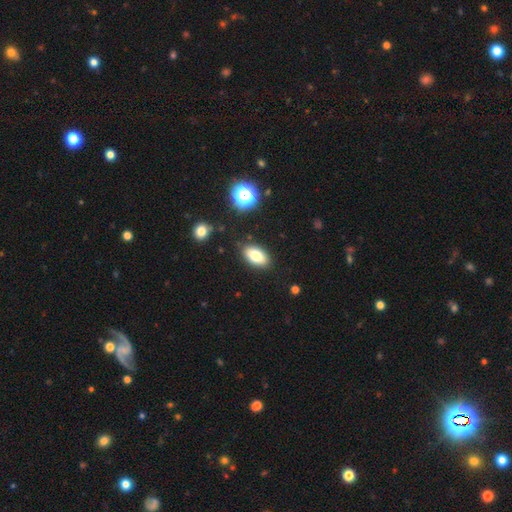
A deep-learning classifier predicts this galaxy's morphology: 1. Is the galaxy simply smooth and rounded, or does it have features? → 78% smooth, 12% featured or disk, 10% star or artifact.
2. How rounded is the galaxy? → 91% in between, 6% round, 3% cigar-shaped.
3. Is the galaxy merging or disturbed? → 87% none, 9% minor disturbance, 2% major disturbance, 2% merger.